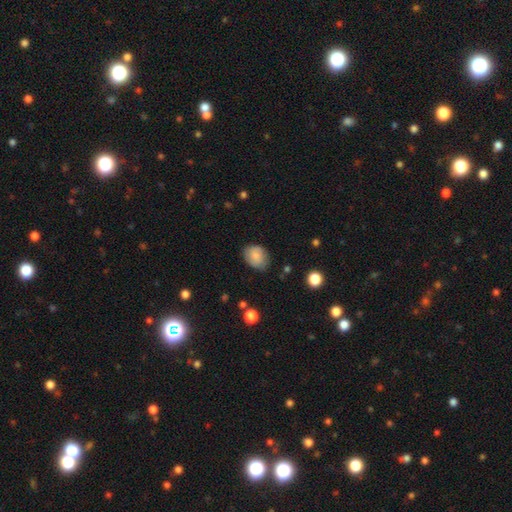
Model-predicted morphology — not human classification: This appears to be a smooth galaxy with no disk features (74%) that is in between round and cigar-shaped (61%). Merging: none (73%).